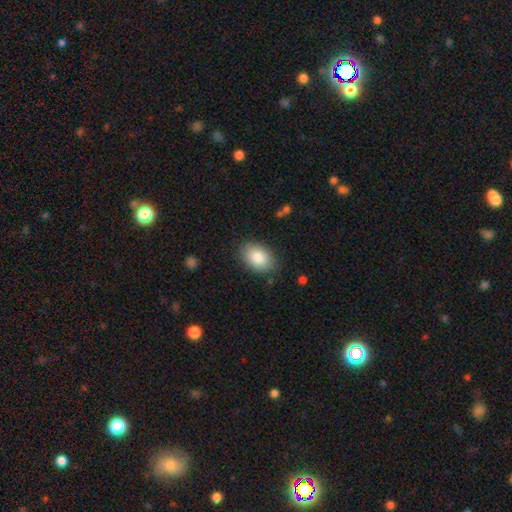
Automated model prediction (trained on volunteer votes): Smooth or featured? Predicted: smooth (p=0.86). How rounded? Predicted: in between (p=0.85). Merging? Predicted: none (p=0.84).